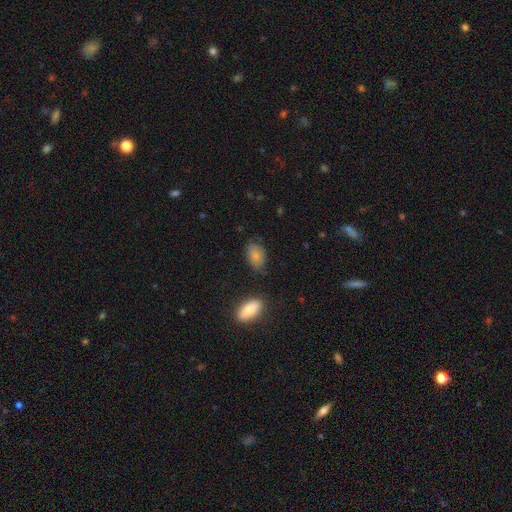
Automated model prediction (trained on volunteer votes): This is clearly a smooth galaxy (84%). How rounded: clearly in between (90%). Merging: likely none (70%).